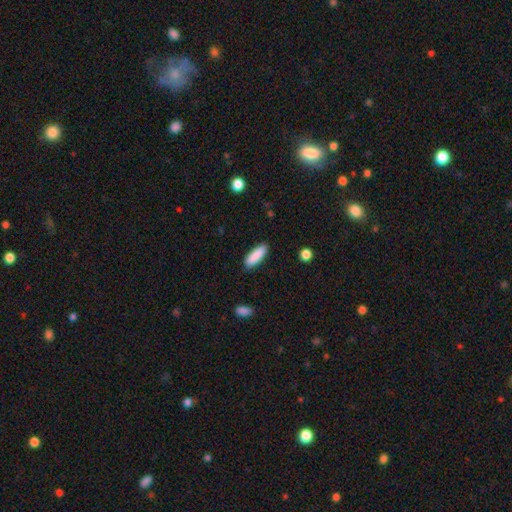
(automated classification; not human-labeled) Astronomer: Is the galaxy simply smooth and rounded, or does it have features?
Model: smooth — 89%.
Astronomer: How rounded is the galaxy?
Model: in between — 50% (runner-up: cigar-shaped, 49%).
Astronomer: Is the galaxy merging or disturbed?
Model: none — 88%.